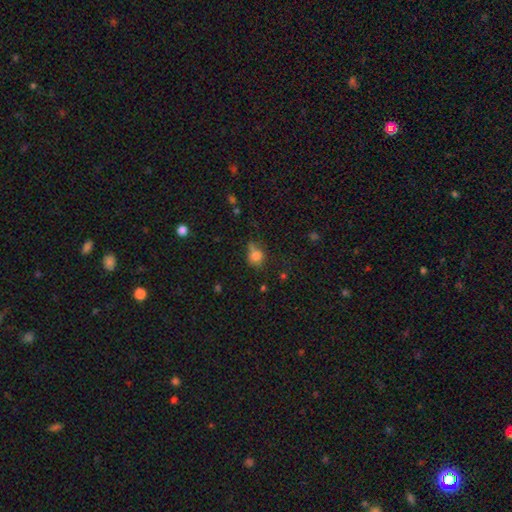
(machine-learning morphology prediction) smooth-or-featured: smooth: 78% | star or artifact: 13% | featured or disk: 9%
  how-rounded: round: 75% | in between: 24% | cigar-shaped: 1%
  merging: none: 53% | minor disturbance: 26% | merger: 12% | major disturbance: 9%